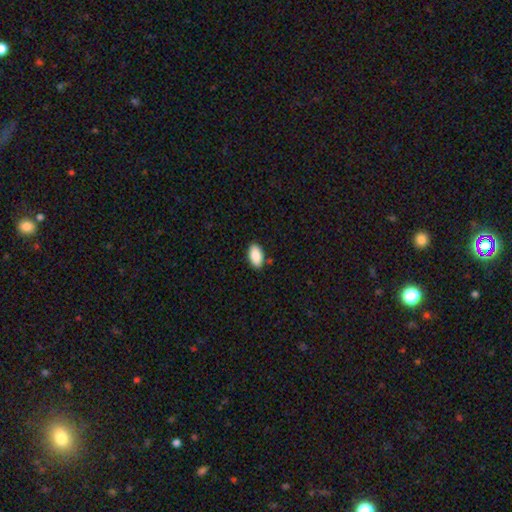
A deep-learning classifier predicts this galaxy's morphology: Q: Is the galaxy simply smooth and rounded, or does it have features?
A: smooth — 89%.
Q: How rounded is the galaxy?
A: in between — 94%.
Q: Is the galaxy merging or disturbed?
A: none — 85%.